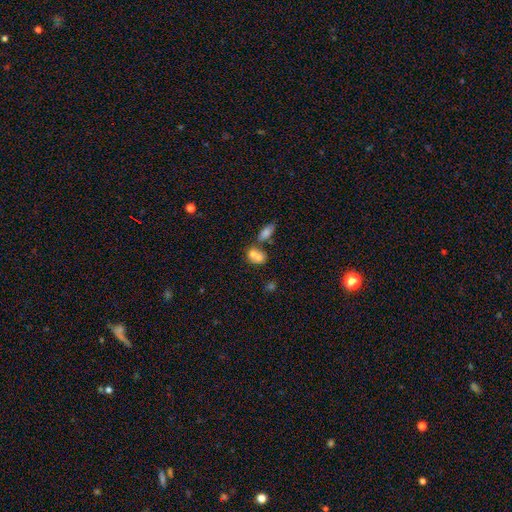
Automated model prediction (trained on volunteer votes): Smooth or featured? Predicted: smooth (p=0.73). How rounded? Predicted: in between (p=0.62). Merging? Predicted: merger (p=0.59).